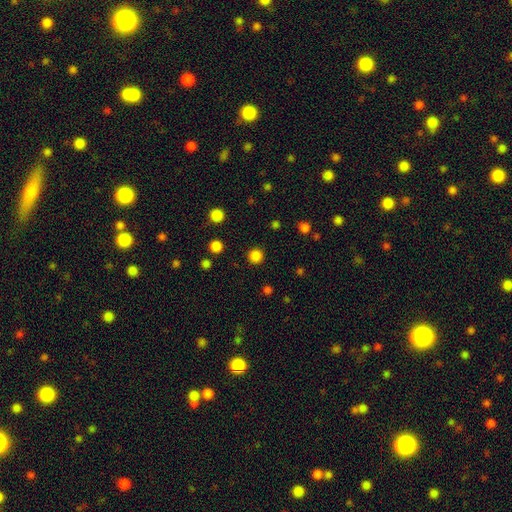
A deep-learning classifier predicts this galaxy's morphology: Smooth or featured? Predicted: smooth (p=0.84). How rounded? Predicted: round (p=0.95). Merging? Predicted: none (p=0.91).